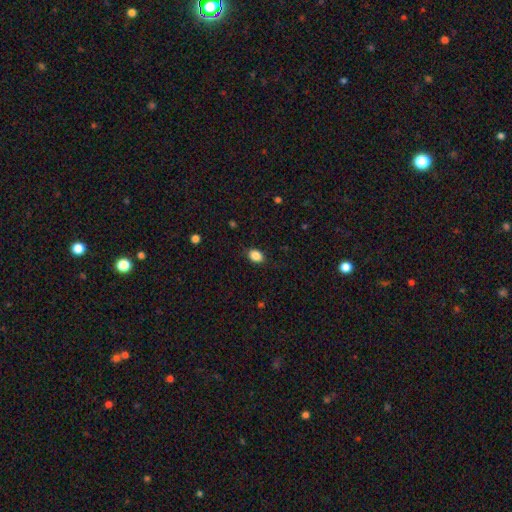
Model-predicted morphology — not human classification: Overall: smooth (87%). How rounded: in between (71%). Merging: none (85%).